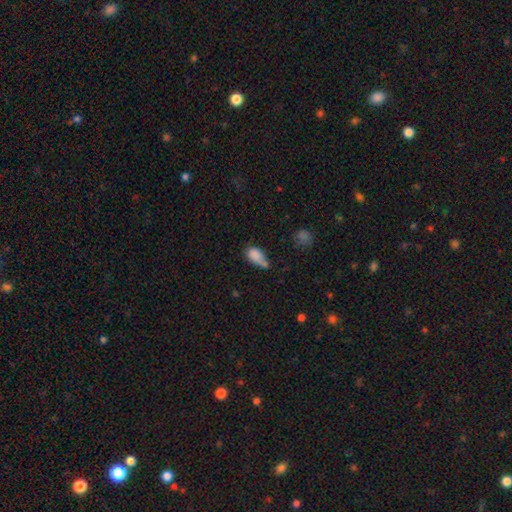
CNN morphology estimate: This is clearly a smooth galaxy (81%). How rounded: clearly in between (85%). Merging: marginally minor disturbance (33%).